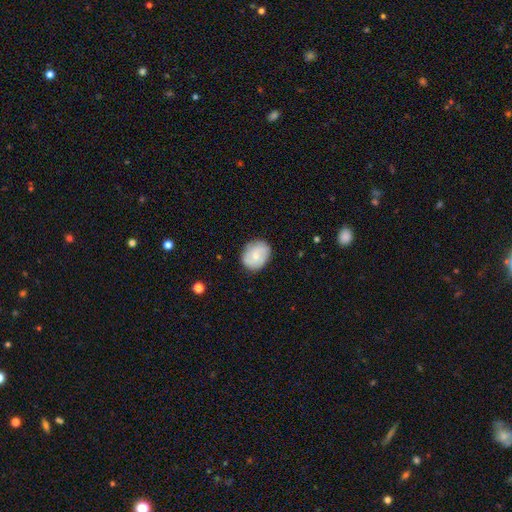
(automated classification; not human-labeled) Overall: smooth (61%; featured or disk 32%). How rounded: round (56%; in between 43%). Merging: none (80%).